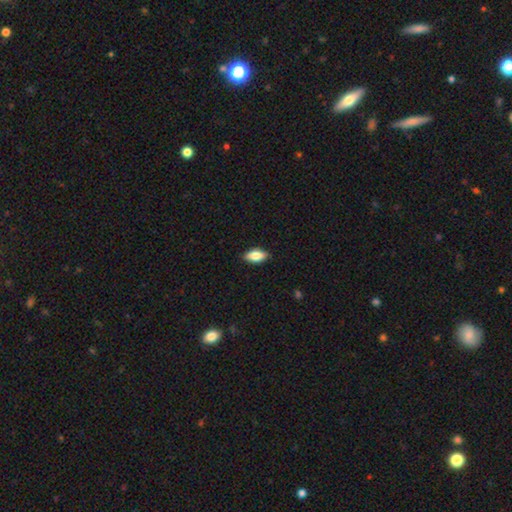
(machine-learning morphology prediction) A smooth galaxy with no disk features (77%) that is in between round and cigar-shaped (86%).

Vote fractions:
- Smooth or featured? smooth: 77% / featured or disk: 16% / star or artifact: 7%
- How rounded? in between: 86% / cigar-shaped: 10% / round: 4%
- Merging? none: 87% / minor disturbance: 10% / major disturbance: 2% / merger: 1%